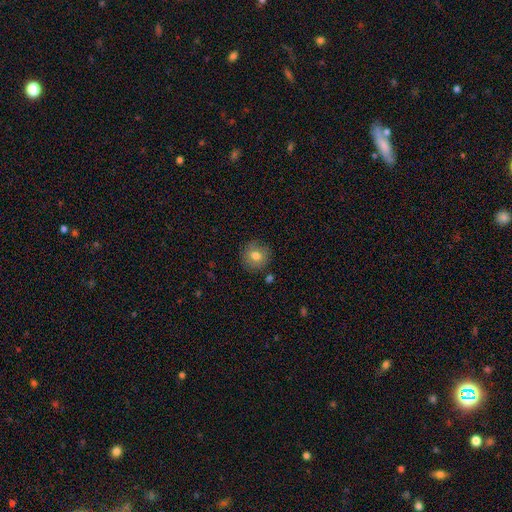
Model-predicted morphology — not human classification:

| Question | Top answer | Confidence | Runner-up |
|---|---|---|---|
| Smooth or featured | smooth | 77% | featured or disk (13%) |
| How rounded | round | 92% | in between (7%) |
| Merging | none | 87% | minor disturbance (9%) |